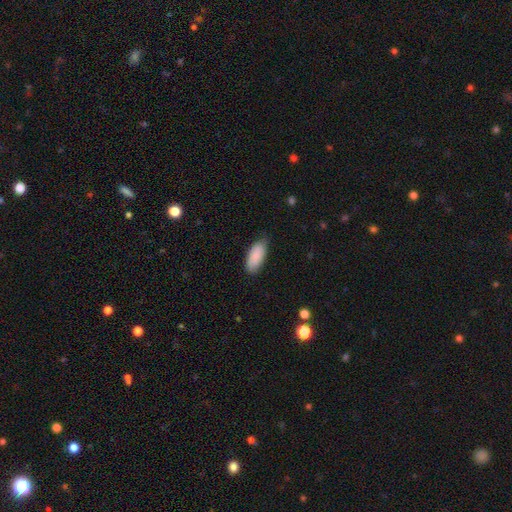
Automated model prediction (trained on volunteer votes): smooth 88%, featured or disk 6%, star or artifact 6%. Down the decision tree: how rounded — in between (87%); merging — none (74%).